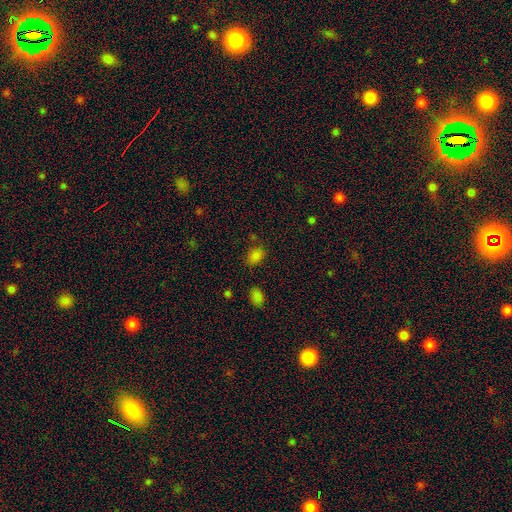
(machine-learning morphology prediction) This is likely a smooth galaxy (80%). How rounded: likely in between (71%). Merging: likely none (74%).